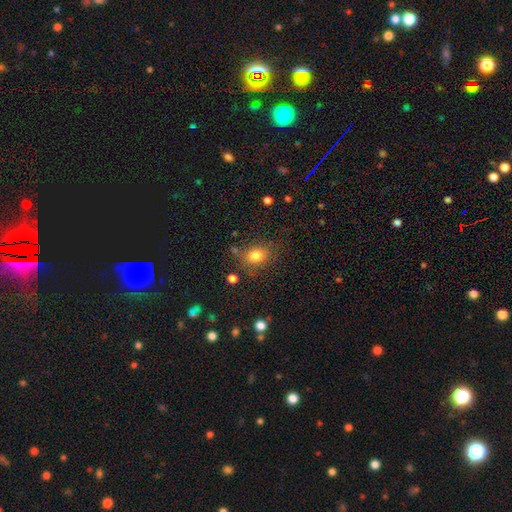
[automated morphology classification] smooth-or-featured: smooth: 81% | star or artifact: 12% | featured or disk: 7%
  how-rounded: round: 51% | in between: 48% | cigar-shaped: 1%
  merging: none: 74% | minor disturbance: 16% | major disturbance: 6% | merger: 4%